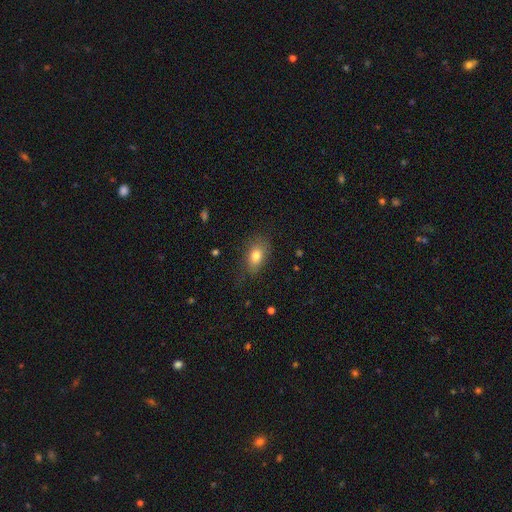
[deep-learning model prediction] Overall: smooth (78%). How rounded: in between (82%). Merging: none (75%).